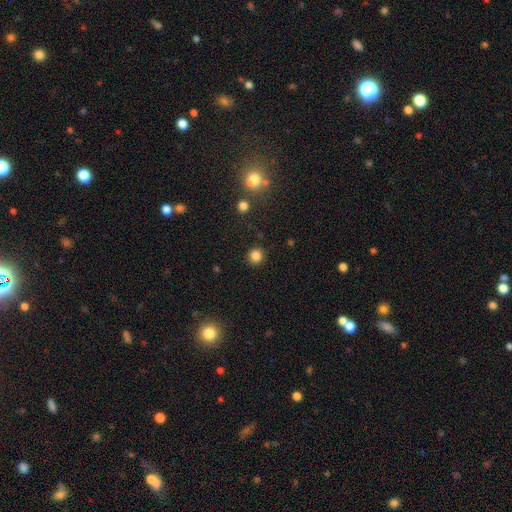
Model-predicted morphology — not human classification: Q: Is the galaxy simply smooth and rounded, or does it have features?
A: smooth — 83%.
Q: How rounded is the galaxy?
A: round — 92%.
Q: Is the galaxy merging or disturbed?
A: none — 90%.